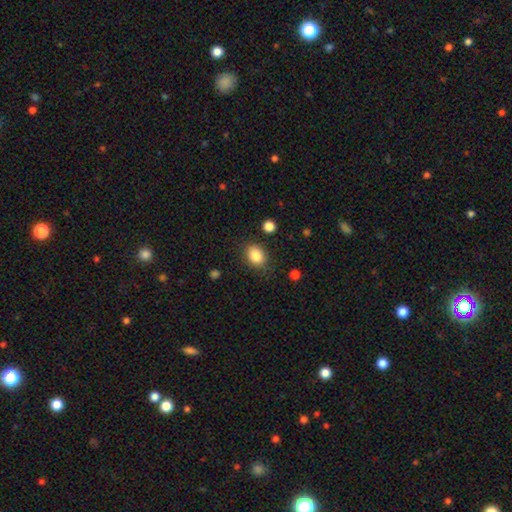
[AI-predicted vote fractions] smooth-or-featured: smooth: 84% | star or artifact: 9% | featured or disk: 6%
  how-rounded: in between: 61% | round: 38% | cigar-shaped: 1%
  merging: none: 82% | minor disturbance: 13% | major disturbance: 3% | merger: 2%